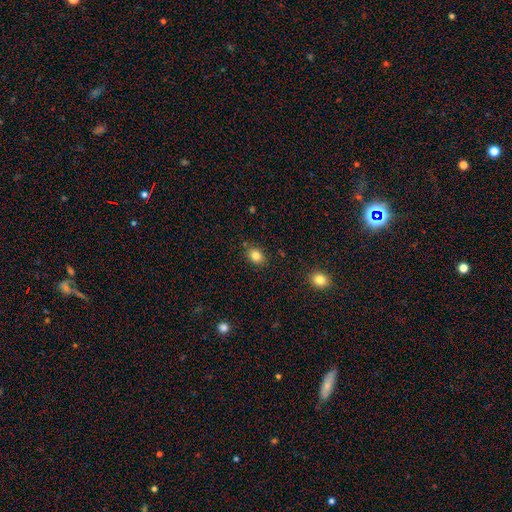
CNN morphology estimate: Smooth or featured? Predicted: smooth (p=0.84). How rounded? Predicted: in between (p=0.53). Merging? Predicted: none (p=0.84).